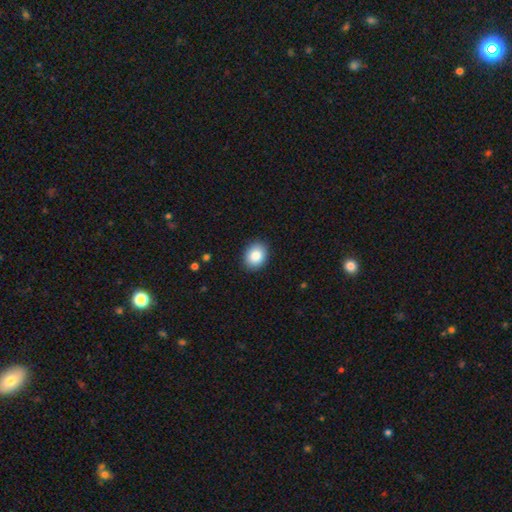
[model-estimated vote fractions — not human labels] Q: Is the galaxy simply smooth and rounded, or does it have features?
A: smooth — 87%.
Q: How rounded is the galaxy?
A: in between — 52%.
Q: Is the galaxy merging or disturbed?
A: none — 90%.